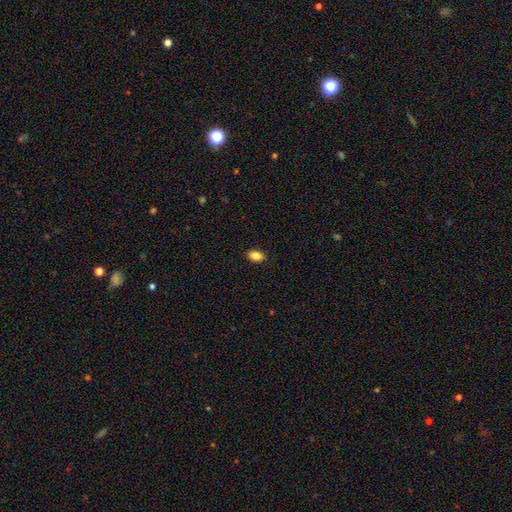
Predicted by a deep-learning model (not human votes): This is clearly a smooth galaxy (87%). How rounded: clearly in between (87%). Merging: clearly none (89%).